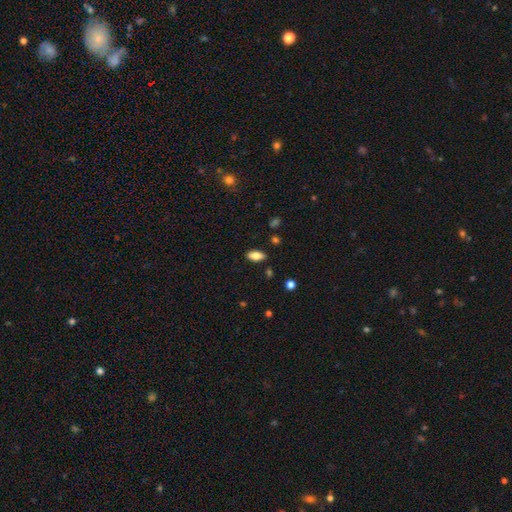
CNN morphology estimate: A smooth galaxy with no disk features (79%) that is in between round and cigar-shaped (88%). Merging: none (85%).